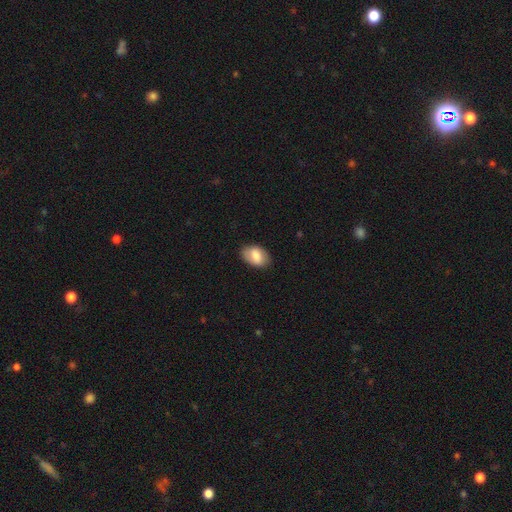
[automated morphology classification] A smooth galaxy with no disk features (74%) that is in between round and cigar-shaped (90%).

Vote fractions:
- Smooth or featured? smooth: 74% / featured or disk: 19% / star or artifact: 7%
- How rounded? in between: 90% / round: 9% / cigar-shaped: 1%
- Merging? none: 81% / minor disturbance: 15% / major disturbance: 3% / merger: 1%